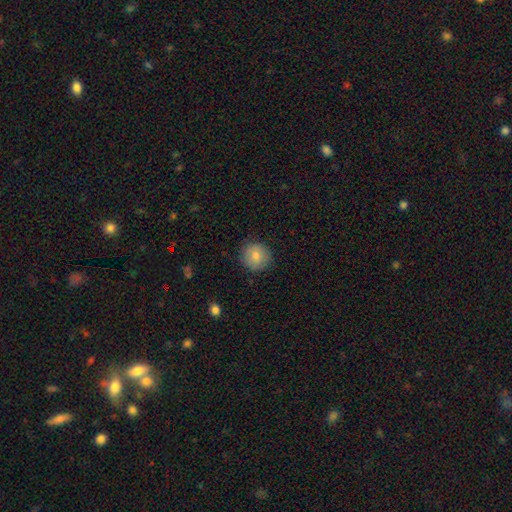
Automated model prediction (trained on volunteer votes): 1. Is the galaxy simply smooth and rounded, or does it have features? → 81% smooth, 11% featured or disk, 8% star or artifact.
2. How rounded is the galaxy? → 92% round, 7% in between, 1% cigar-shaped.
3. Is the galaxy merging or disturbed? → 87% none, 9% minor disturbance, 2% major disturbance, 1% merger.